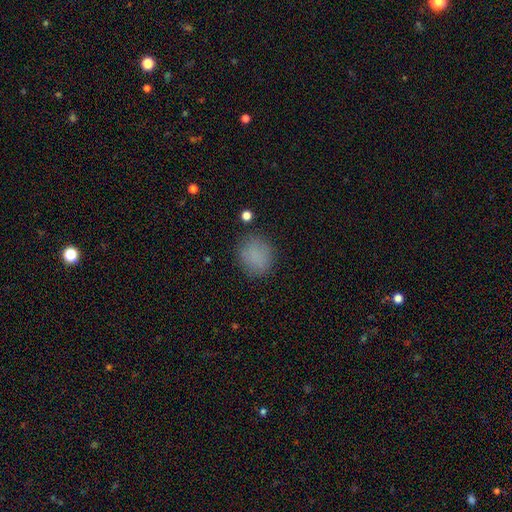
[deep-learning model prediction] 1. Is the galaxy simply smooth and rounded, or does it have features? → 83% smooth, 11% star or artifact, 6% featured or disk.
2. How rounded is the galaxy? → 75% round, 24% in between, 1% cigar-shaped.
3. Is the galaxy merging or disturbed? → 82% none, 12% minor disturbance, 4% major disturbance, 2% merger.